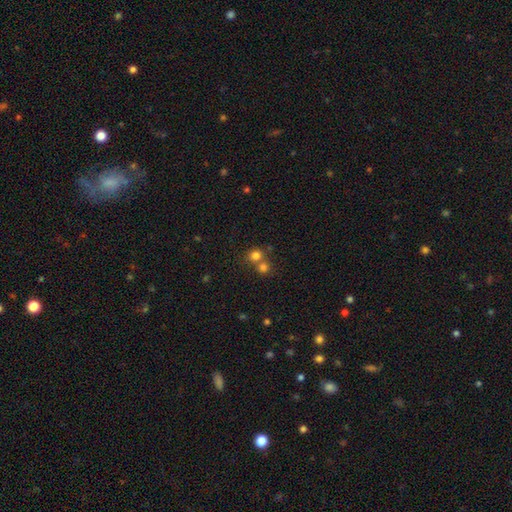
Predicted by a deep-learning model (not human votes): Overall: smooth (77%). How rounded: round (83%). Merging: none (49%; merger 43%).